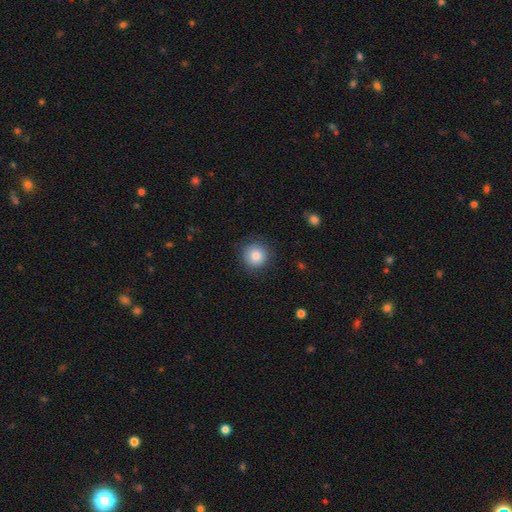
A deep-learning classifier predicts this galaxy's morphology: Smooth or featured: smooth — 85% (star or artifact — 9%)
How rounded: round — 94% (in between — 5%)
Merging: none — 87% (minor disturbance — 9%)